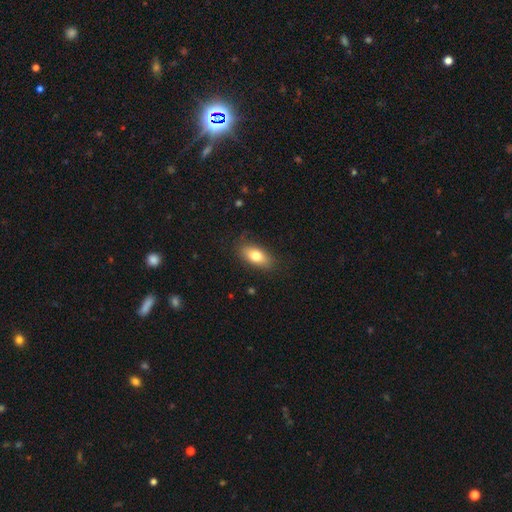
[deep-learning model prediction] smooth 77%, featured or disk 15%, star or artifact 8%. Down the decision tree: how rounded — in between (87%); merging — none (82%).